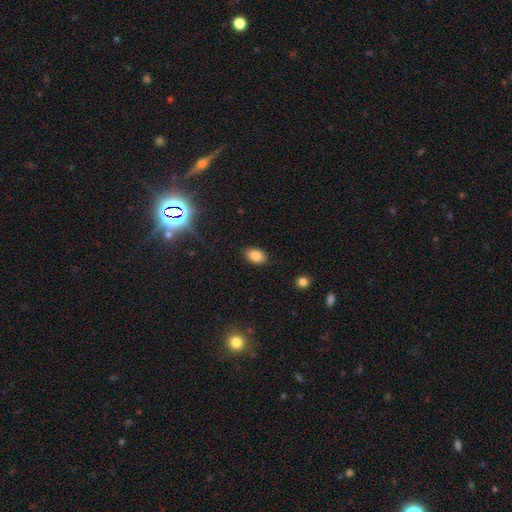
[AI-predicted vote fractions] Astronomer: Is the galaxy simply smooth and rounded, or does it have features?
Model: smooth — 84%.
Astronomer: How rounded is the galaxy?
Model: in between — 87%.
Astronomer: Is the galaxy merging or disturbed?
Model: none — 86%.